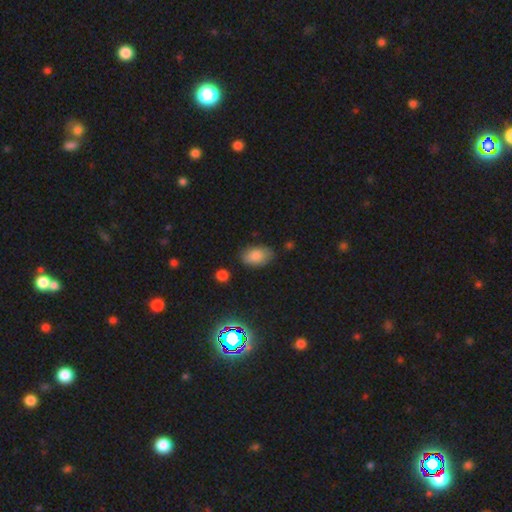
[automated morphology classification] This appears to be a smooth galaxy with no disk features (82%) that is in between round and cigar-shaped (91%). Merging: none (76%).